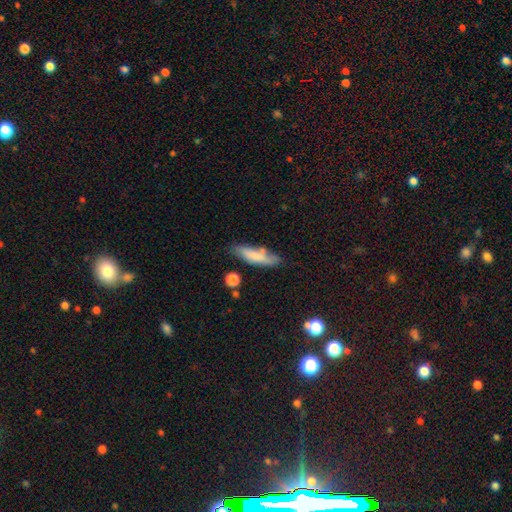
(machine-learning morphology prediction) This appears to be a smooth galaxy with no disk features (71%) that is cigar-shaped (61%). Merging: none (62%).